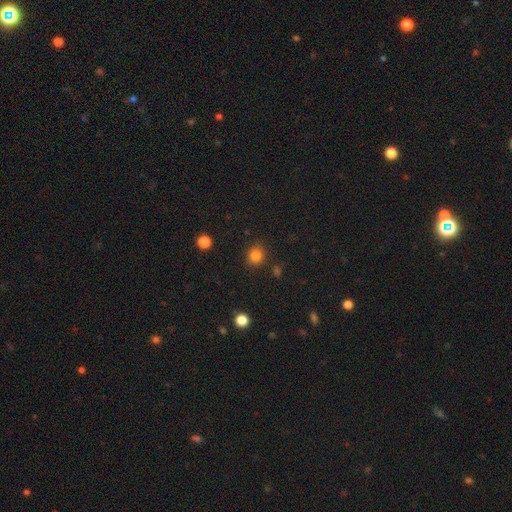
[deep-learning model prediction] smooth-or-featured: smooth: 82% | star or artifact: 13% | featured or disk: 5%
  how-rounded: round: 80% | in between: 19% | cigar-shaped: 1%
  merging: none: 87% | minor disturbance: 8% | major disturbance: 3% | merger: 2%